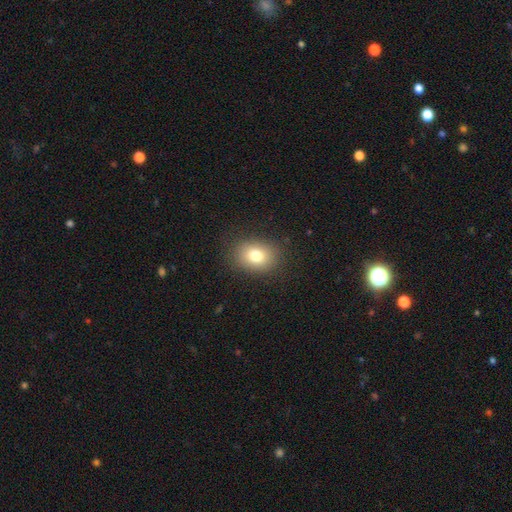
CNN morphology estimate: This is likely a smooth galaxy (78%). How rounded: possibly in between (57%). Merging: clearly none (86%).